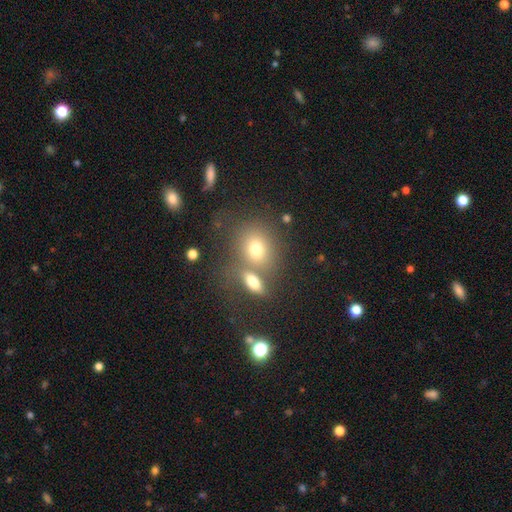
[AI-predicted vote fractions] Q: Smooth or featured?
A: smooth (63%); runner-up: star or artifact (20%)
Q: How rounded?
A: round (66%); runner-up: in between (32%)
Q: Merging?
A: none (43%); runner-up: merger (42%)